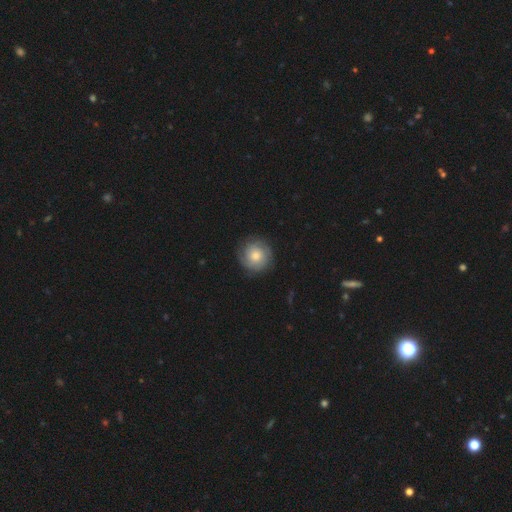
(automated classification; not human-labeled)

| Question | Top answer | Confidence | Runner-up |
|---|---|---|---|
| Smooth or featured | smooth | 55% | featured or disk (37%) |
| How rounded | round | 93% | in between (6%) |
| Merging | none | 83% | minor disturbance (12%) |